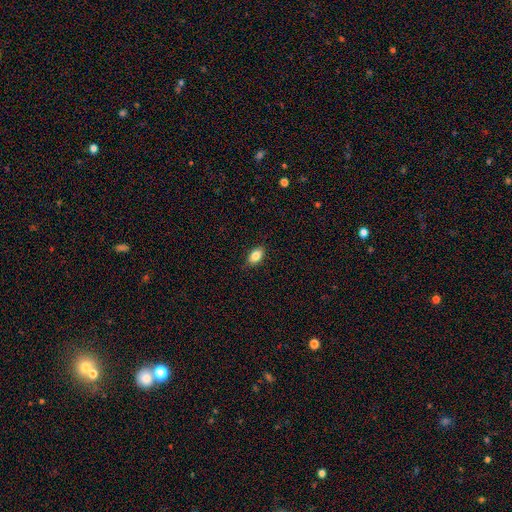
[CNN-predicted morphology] This is clearly a smooth galaxy (85%). How rounded: clearly in between (88%). Merging: clearly none (86%).